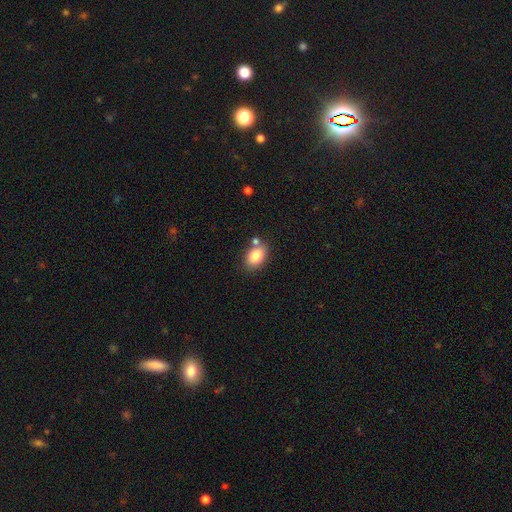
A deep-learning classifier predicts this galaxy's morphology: A smooth galaxy with no disk features (83%) that is in between round and cigar-shaped (84%).

Vote fractions:
- Smooth or featured? smooth: 83% / featured or disk: 8% / star or artifact: 8%
- How rounded? in between: 84% / round: 15% / cigar-shaped: 1%
- Merging? none: 67% / merger: 15% / minor disturbance: 14% / major disturbance: 4%